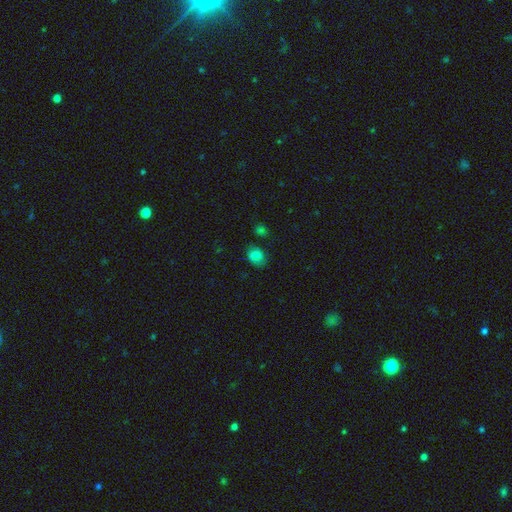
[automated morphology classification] type=smooth (79%); roundness=in between (55%); merging=none (70%).